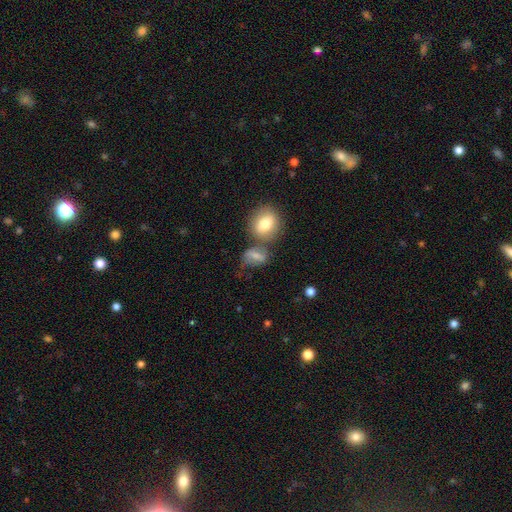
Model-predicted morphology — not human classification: The model was most divided on "merging": none: 44%, merger: 29%, minor disturbance: 18%, major disturbance: 9%. More confident: how rounded — in between (63%); smooth or featured — smooth (61%).